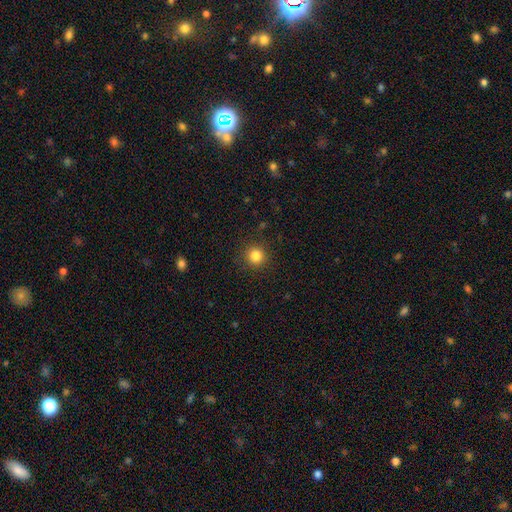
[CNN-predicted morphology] type=smooth (83%); roundness=round (94%); merging=none (90%).